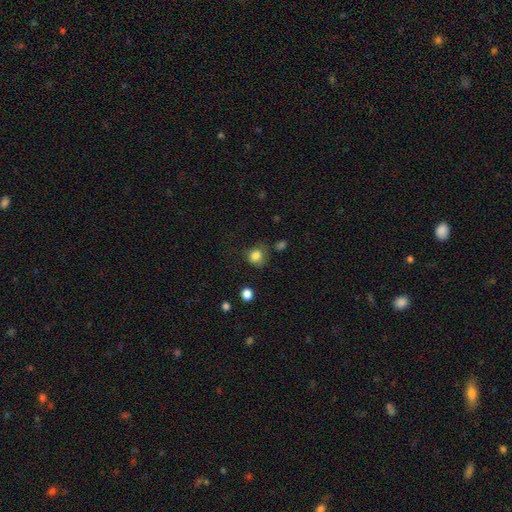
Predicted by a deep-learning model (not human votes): Morphology: type=smooth (83%); roundness=round (74%); merging=none (61%).